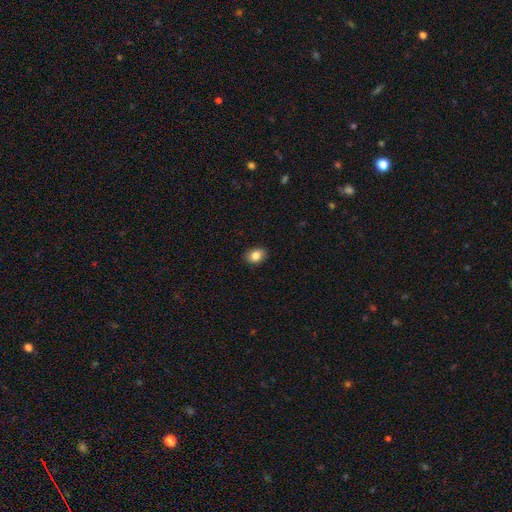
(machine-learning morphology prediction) Overall: smooth (86%). How rounded: in between (70%). Merging: none (89%).